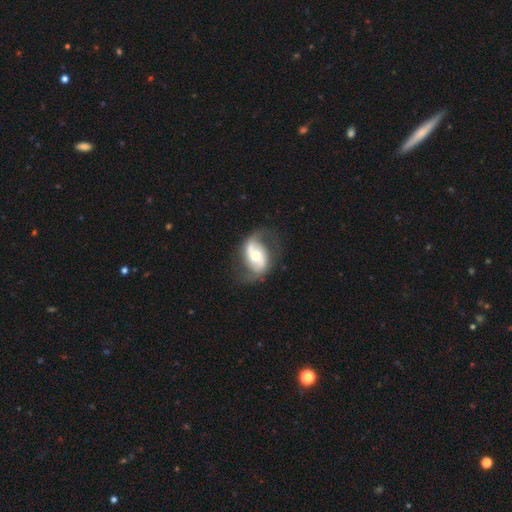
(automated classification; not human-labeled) Smooth or featured? Predicted: featured or disk (p=0.78). Edge-on disk? Predicted: no (p=0.96). Bar? Predicted: no (p=0.44). Spiral arms? Predicted: yes (p=0.88). Spiral winding? Predicted: loose (p=0.56). Spiral arm count? Predicted: 2 (p=0.90). Bulge size? Predicted: moderate (p=0.63). Merging? Predicted: none (p=0.69).